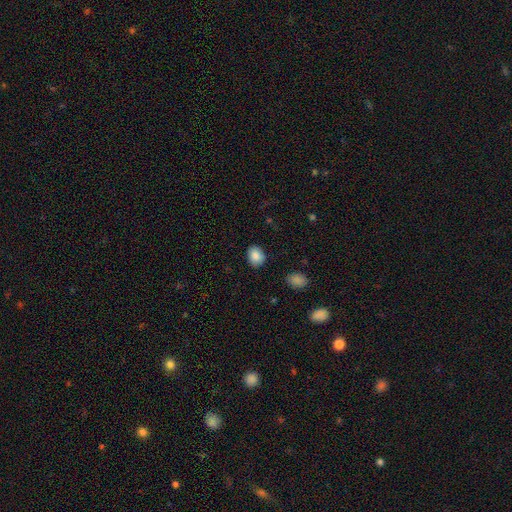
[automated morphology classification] smooth 87%, star or artifact 8%, featured or disk 5%. Down the decision tree: how rounded — in between (57%); merging — none (86%).